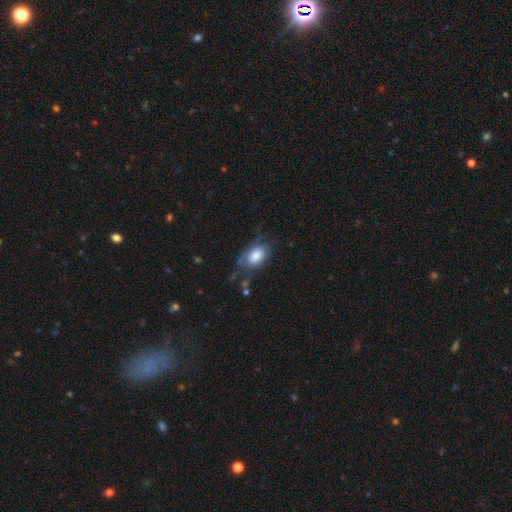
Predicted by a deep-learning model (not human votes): Smooth or featured? Predicted: smooth (p=0.69). How rounded? Predicted: in between (p=0.85). Merging? Predicted: none (p=0.43).